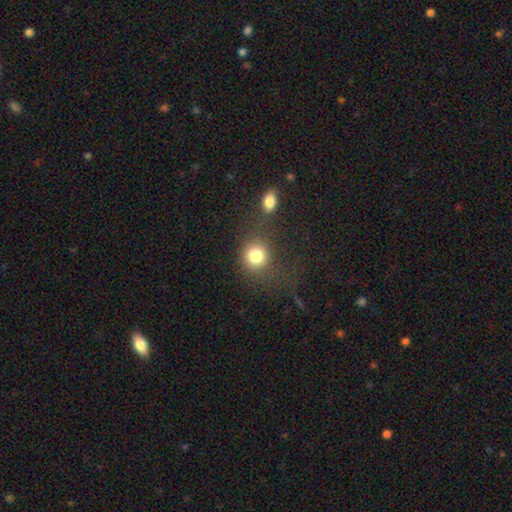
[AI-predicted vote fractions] Smooth or featured? smooth (82%)
How rounded? round (82%)
Merging? none (62%)